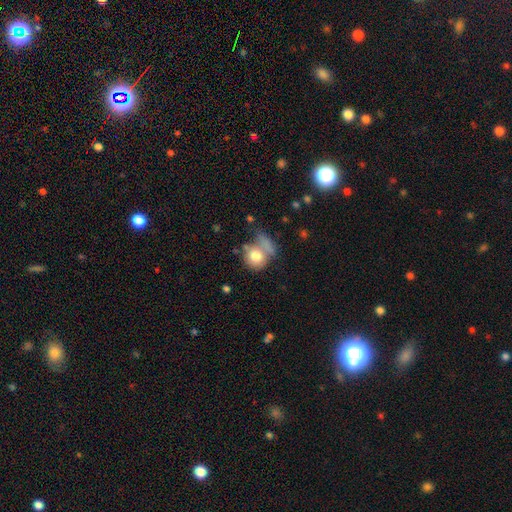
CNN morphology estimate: smooth_or_featured: smooth (p=0.74) [alt: featured or disk p=0.17]
how_rounded: round (p=0.75) [alt: in between p=0.23]
merging: none (p=0.37) [alt: merger p=0.26]